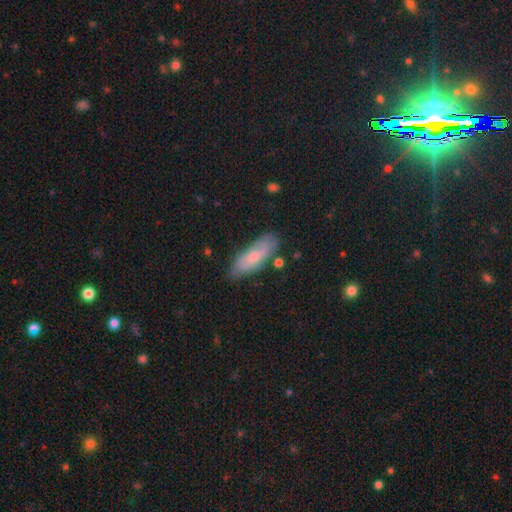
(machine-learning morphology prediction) smooth 58%, featured or disk 34%, star or artifact 8%. Down the decision tree: how rounded — in between (67%); merging — none (75%).